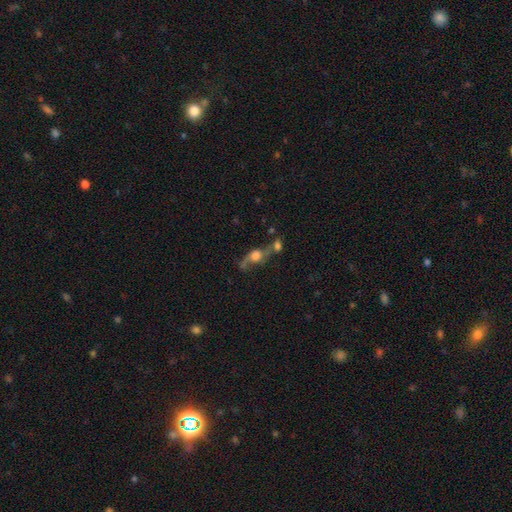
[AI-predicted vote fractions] A featured or disk galaxy (57%).

Vote fractions:
- Smooth or featured? featured or disk: 57% / smooth: 30% / star or artifact: 13%
- Edge-on disk? no: 71% / yes: 29%
- Merging? merger: 40% / none: 32% / major disturbance: 15% / minor disturbance: 13%